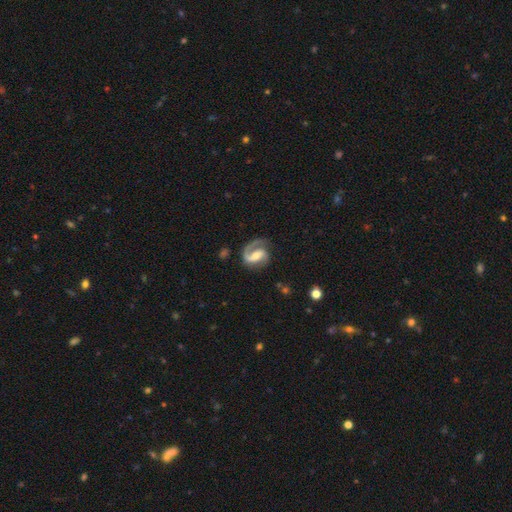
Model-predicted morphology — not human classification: Smooth or featured? featured or disk (88%)
Edge-on disk? no (98%)
Bar? weak (45%)
Spiral arms? yes (97%)
Spiral winding? medium (54%)
Spiral arm count? 2 (62%)
Bulge size? moderate (54%)
Merging? none (69%)